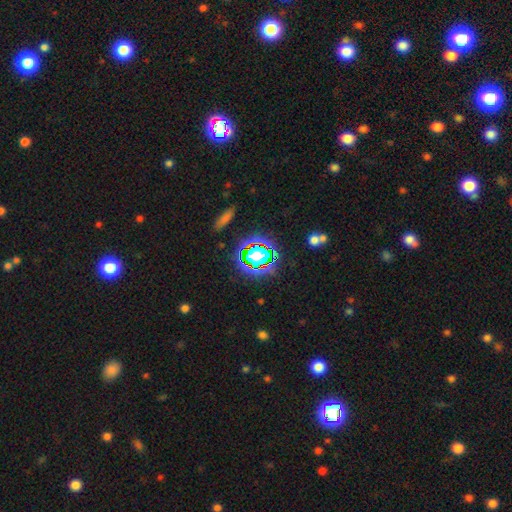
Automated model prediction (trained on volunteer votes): The model was most divided on "smooth or featured": star or artifact: 57%, smooth: 28%, featured or disk: 15%.